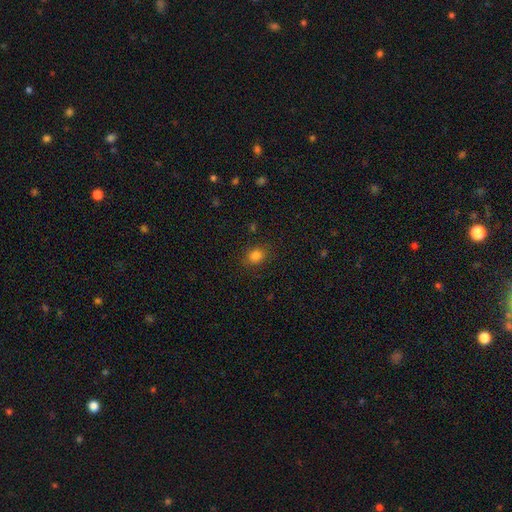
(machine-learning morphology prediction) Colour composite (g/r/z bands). It shows a smooth galaxy with no disk features (82%) that is round (58%). Merging: none (85%).